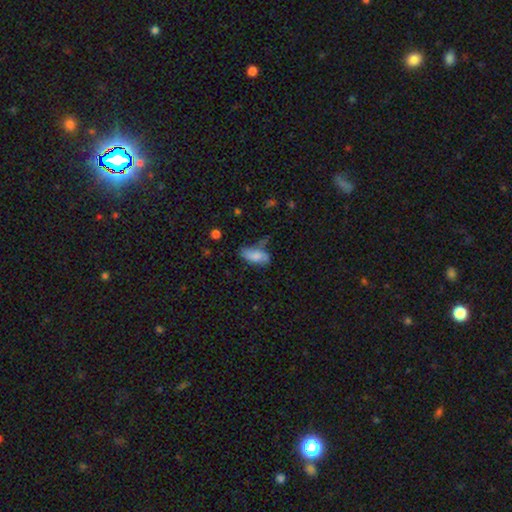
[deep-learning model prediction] smooth-or-featured: smooth: 72% | featured or disk: 20% | star or artifact: 8%
  how-rounded: in between: 87% | cigar-shaped: 10% | round: 3%
  merging: none: 47% | minor disturbance: 31% | major disturbance: 15% | merger: 7%